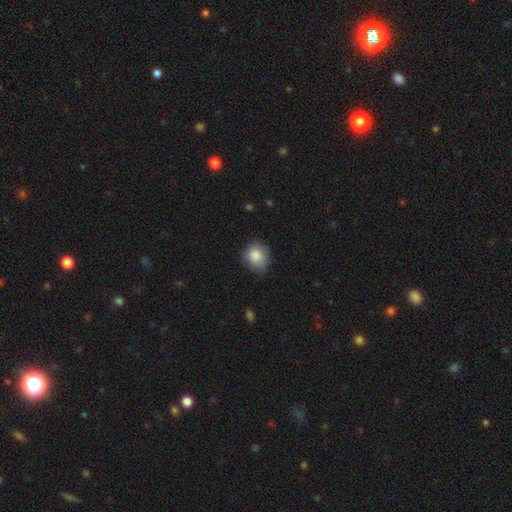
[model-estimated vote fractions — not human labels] Smooth or featured? Predicted: smooth (p=0.85). How rounded? Predicted: round (p=0.63). Merging? Predicted: none (p=0.66).